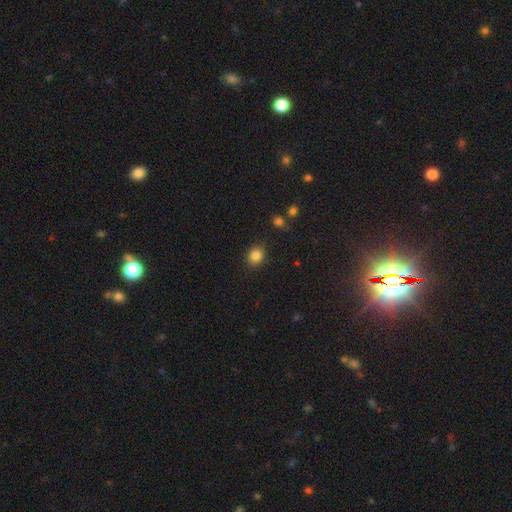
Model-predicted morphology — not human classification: Overall: smooth (85%). How rounded: round (65%; in between 34%). Merging: none (86%).